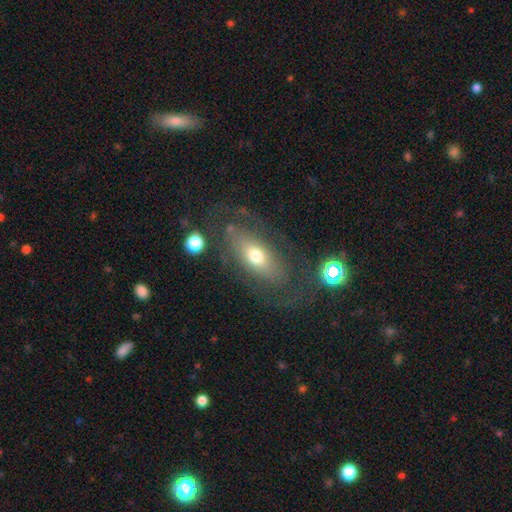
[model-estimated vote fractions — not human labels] Overall: smooth (47%; featured or disk 43%). Merging: none (64%).